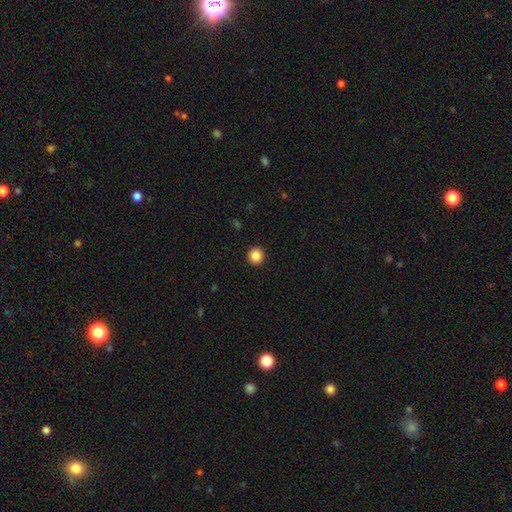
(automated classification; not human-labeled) smooth_or_featured: smooth (p=0.87) [alt: star or artifact p=0.10]
how_rounded: round (p=0.94) [alt: in between p=0.05]
merging: none (p=0.93) [alt: minor disturbance p=0.04]